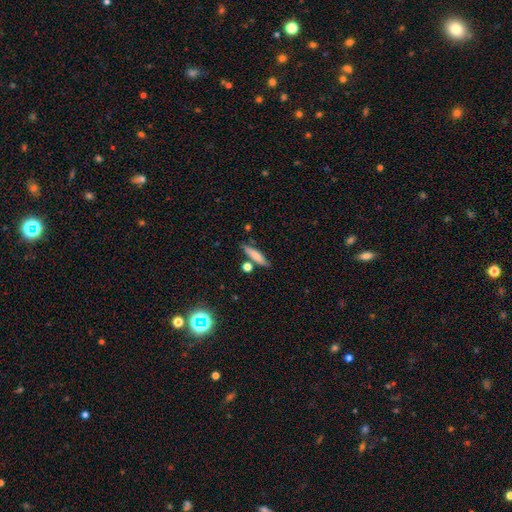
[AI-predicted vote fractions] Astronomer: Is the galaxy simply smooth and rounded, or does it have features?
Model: smooth — 74%.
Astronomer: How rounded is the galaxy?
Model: cigar-shaped — 81%.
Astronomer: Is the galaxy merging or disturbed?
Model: none — 76%.